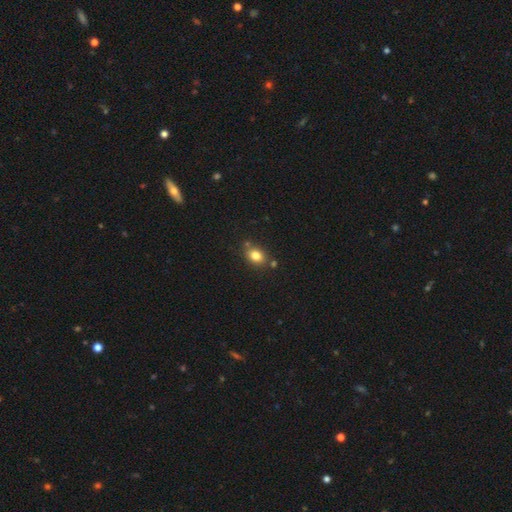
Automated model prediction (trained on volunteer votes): A smooth galaxy with no disk features (82%) that is in between round and cigar-shaped (63%).

Vote fractions:
- Smooth or featured? smooth: 82% / star or artifact: 11% / featured or disk: 8%
- How rounded? in between: 63% / round: 36% / cigar-shaped: 1%
- Merging? none: 74% / minor disturbance: 13% / merger: 10% / major disturbance: 3%